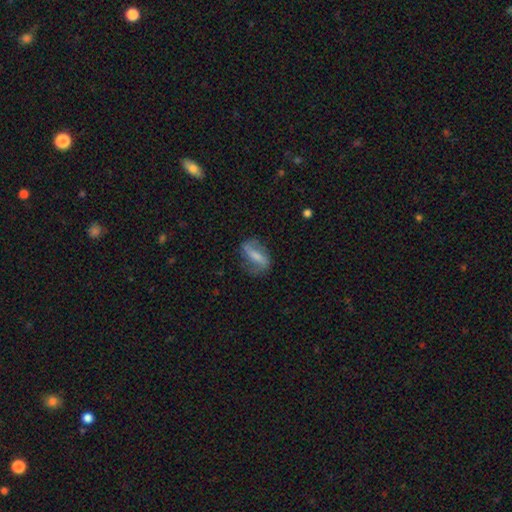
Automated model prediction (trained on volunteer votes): Overall: featured or disk (63%; smooth 29%). Edge-on disk: no (91%). Bar: strong (53%; weak 30%). Spiral arms: yes (82%). Bulge size: small (35%; moderate 29%). Merging: none (67%).